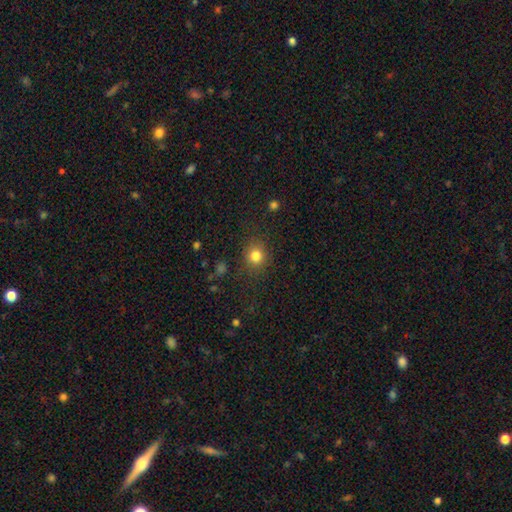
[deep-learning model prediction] smooth_or_featured: smooth (p=0.82) [alt: star or artifact p=0.13]
how_rounded: round (p=0.84) [alt: in between p=0.15]
merging: none (p=0.85) [alt: minor disturbance p=0.09]